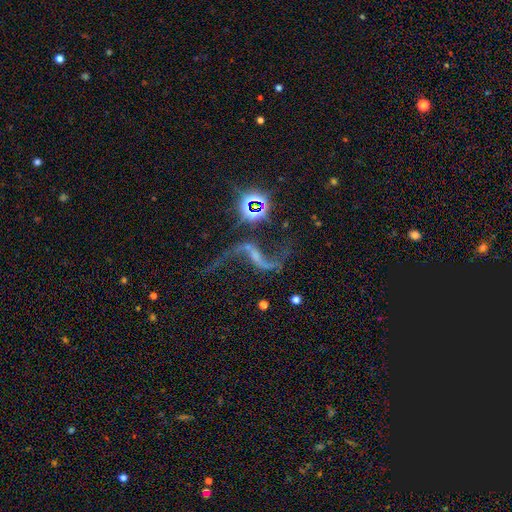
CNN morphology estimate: This is clearly a featured or disk galaxy (80%). It is clearly not viewed edge-on (95%). Bar: marginally weak (37%). Spiral arm pattern: clearly yes (95%). Spiral arm count: clearly 2 (92%). Spiral winding: clearly loose (94%). Central bulge: possibly none (47%). Merging: possibly none (57%).